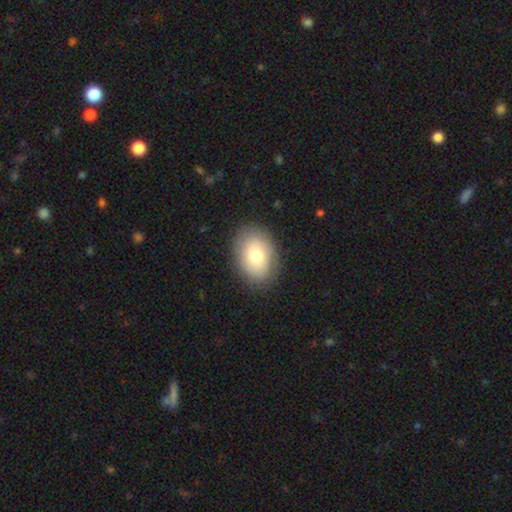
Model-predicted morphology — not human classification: Overall: smooth (75%). How rounded: in between (77%). Merging: none (86%).